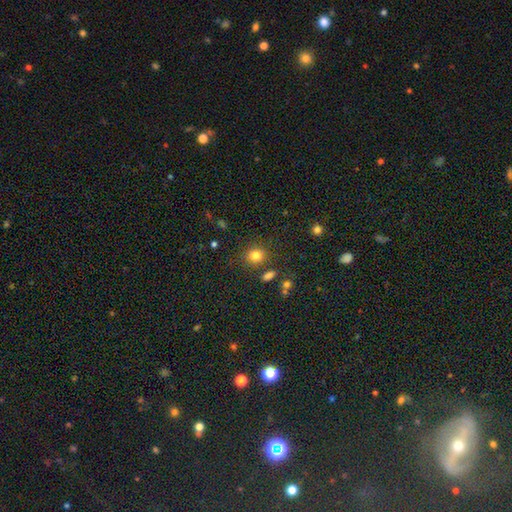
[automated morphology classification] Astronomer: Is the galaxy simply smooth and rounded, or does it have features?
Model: smooth — 81%.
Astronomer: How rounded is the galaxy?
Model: round — 79%.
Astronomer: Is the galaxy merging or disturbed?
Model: none — 82%.